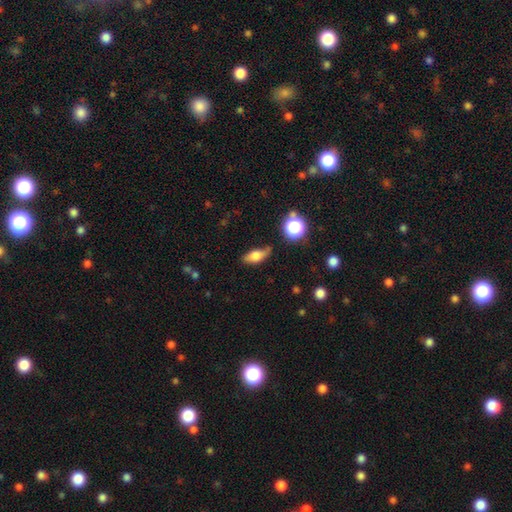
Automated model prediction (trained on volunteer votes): Smooth or featured? smooth (69%)
How rounded? in between (73%)
Merging? none (70%)